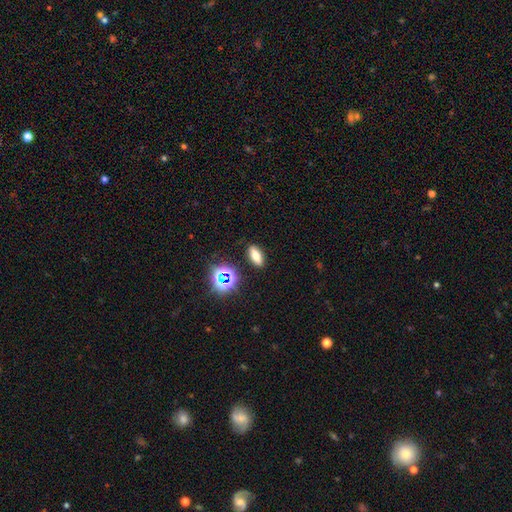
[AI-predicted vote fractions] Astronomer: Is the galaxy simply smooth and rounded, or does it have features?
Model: smooth — 66%.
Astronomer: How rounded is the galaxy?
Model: in between — 68%.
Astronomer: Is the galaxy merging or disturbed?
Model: none — 88%.